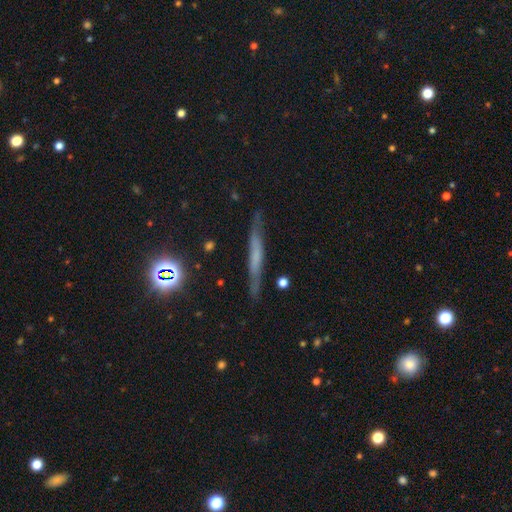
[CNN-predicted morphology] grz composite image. It shows a featured or disk galaxy (49%). Merging: none (81%).